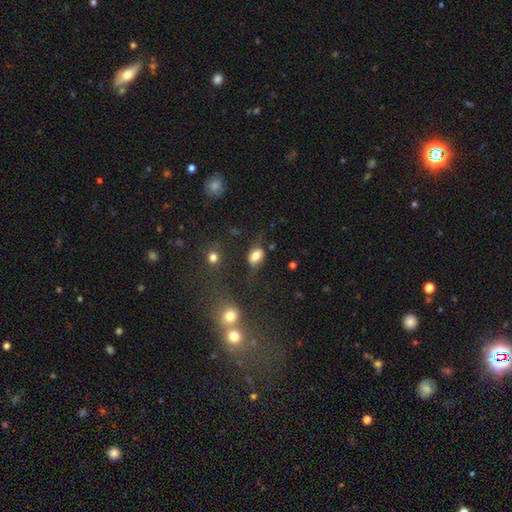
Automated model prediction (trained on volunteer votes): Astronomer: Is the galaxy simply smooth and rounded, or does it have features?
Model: smooth — 73%.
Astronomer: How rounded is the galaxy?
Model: in between — 82%.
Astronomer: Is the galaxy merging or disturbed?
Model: none — 53%.